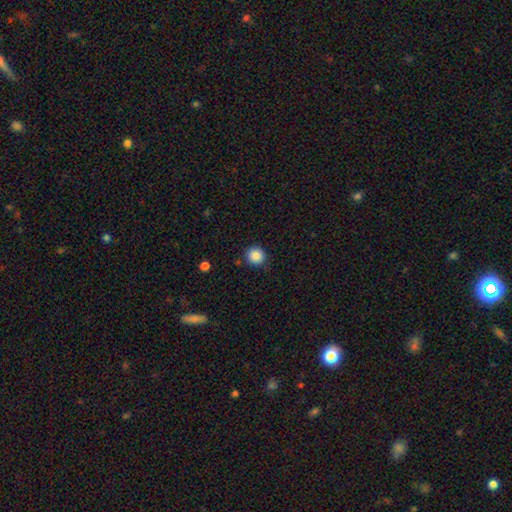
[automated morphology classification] Smooth or featured?
  - smooth: 87% *
  - star or artifact: 10%
  - featured or disk: 4%
How rounded?
  - round: 91% *
  - in between: 8%
  - cigar-shaped: 1%
Merging?
  - none: 88% *
  - minor disturbance: 8%
  - major disturbance: 2%
  - merger: 2%